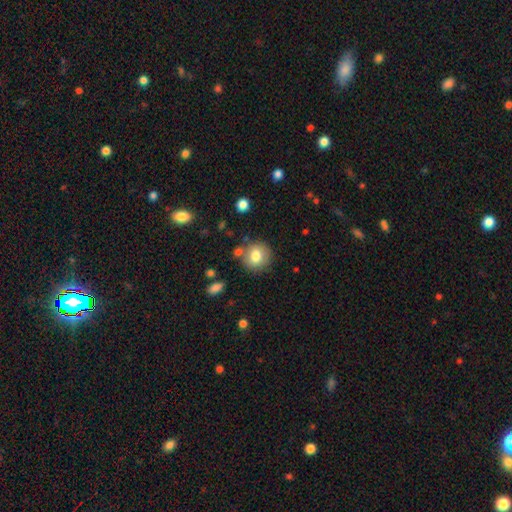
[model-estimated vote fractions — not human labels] The model was most divided on "smooth or featured": smooth: 78%, featured or disk: 13%, star or artifact: 9%. More confident: how rounded — round (85%); merging — none (77%).